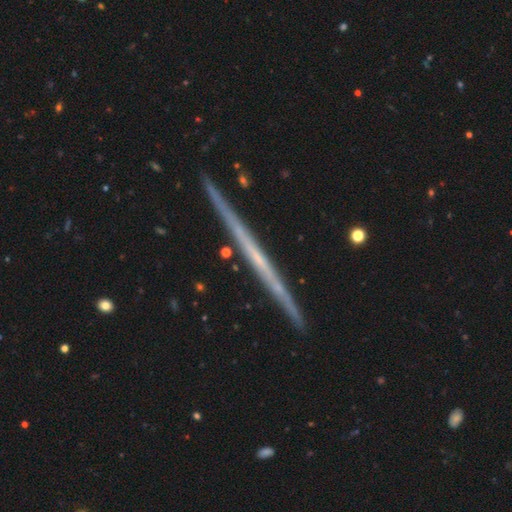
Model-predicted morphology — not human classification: Smooth or featured? featured or disk (76%)
Edge-on disk? yes (98%)
Edge-on bulge? none (86%)
Merging? none (91%)